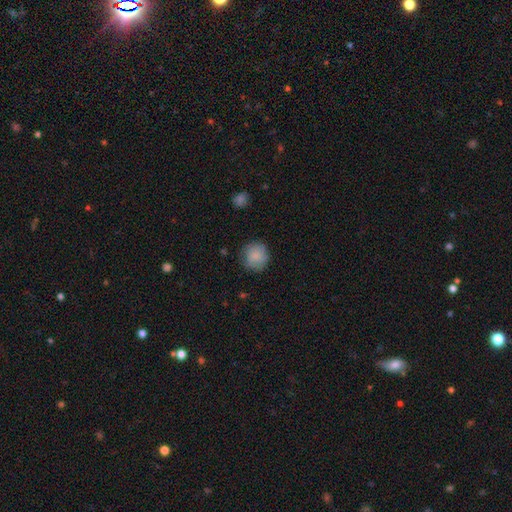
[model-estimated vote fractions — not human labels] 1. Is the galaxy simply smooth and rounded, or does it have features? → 84% smooth, 8% featured or disk, 8% star or artifact.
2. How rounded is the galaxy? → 92% round, 7% in between, 1% cigar-shaped.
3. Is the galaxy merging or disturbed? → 80% none, 15% minor disturbance, 4% major disturbance, 1% merger.